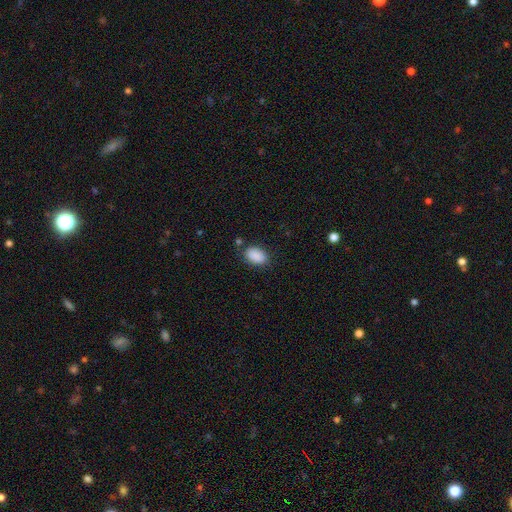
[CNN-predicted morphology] smooth-or-featured: smooth: 89% | star or artifact: 8% | featured or disk: 3%
  how-rounded: in between: 87% | round: 12% | cigar-shaped: 1%
  merging: none: 79% | minor disturbance: 14% | major disturbance: 4% | merger: 3%